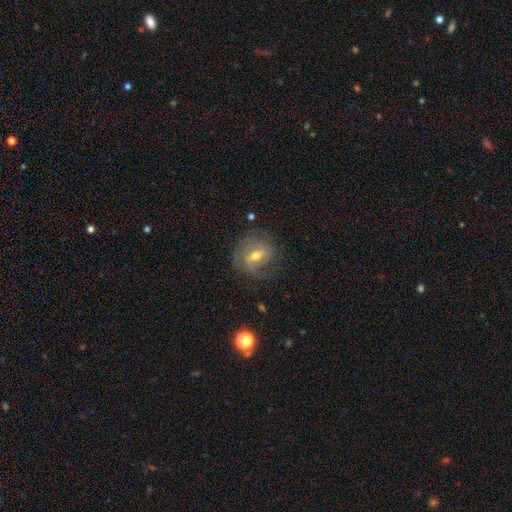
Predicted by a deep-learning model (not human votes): A featured or disk galaxy (77%) with a weak bar (51%), 2 (41%) tight (42%) spiral arms (89%) and a moderate central bulge (64%). Merging: none (69%).